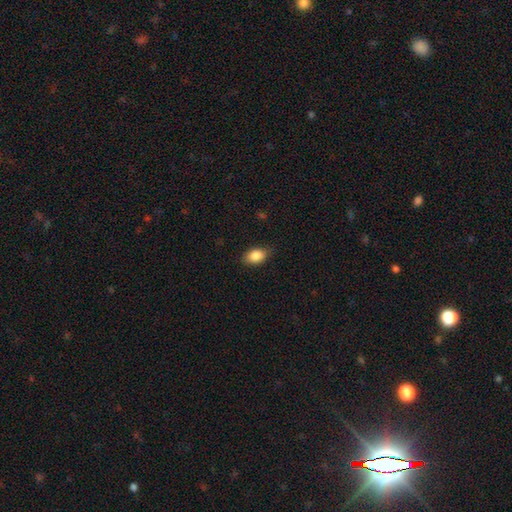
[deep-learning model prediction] Smooth or featured? Predicted: smooth (p=0.87). How rounded? Predicted: in between (p=0.85). Merging? Predicted: none (p=0.81).